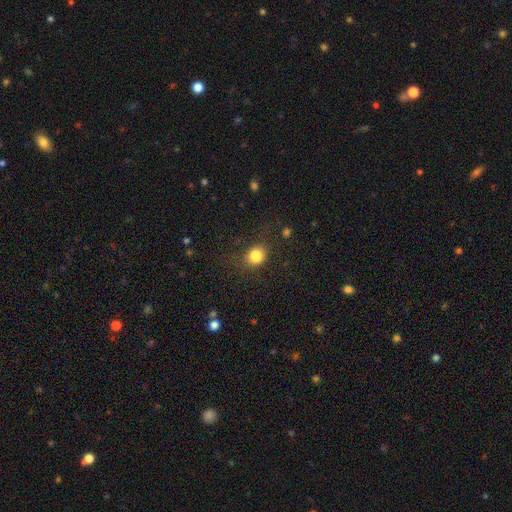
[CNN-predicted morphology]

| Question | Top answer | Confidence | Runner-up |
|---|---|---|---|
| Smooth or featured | smooth | 84% | star or artifact (11%) |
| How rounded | round | 73% | in between (26%) |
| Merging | none | 74% | minor disturbance (16%) |